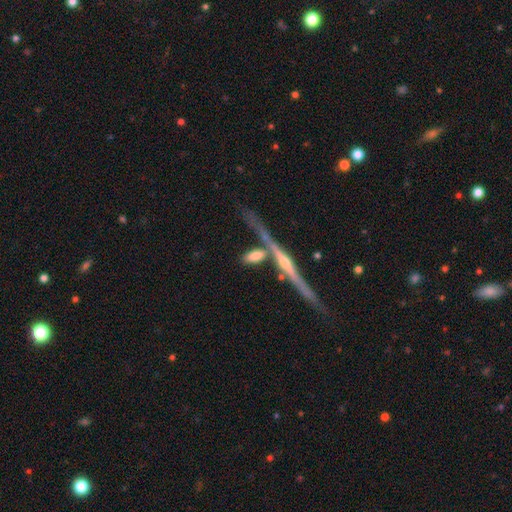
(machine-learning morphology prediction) This is possibly a smooth galaxy (56%). How rounded: likely in between (62%). Merging: possibly none (57%).